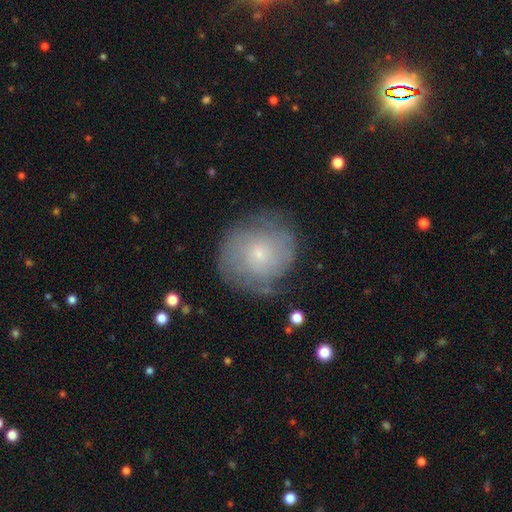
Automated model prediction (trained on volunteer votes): Smooth or featured? Predicted: featured or disk (p=0.51). Edge-on disk? Predicted: no (p=0.96). Merging? Predicted: none (p=0.76).